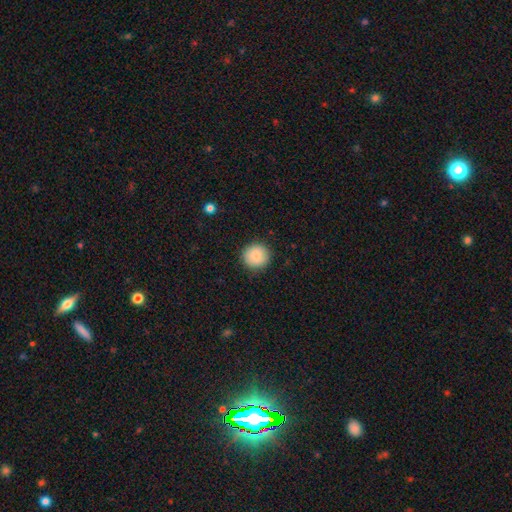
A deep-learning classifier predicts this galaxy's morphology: Smooth or featured: smooth — 87% (star or artifact — 8%)
How rounded: round — 93% (in between — 6%)
Merging: none — 90% (minor disturbance — 7%)